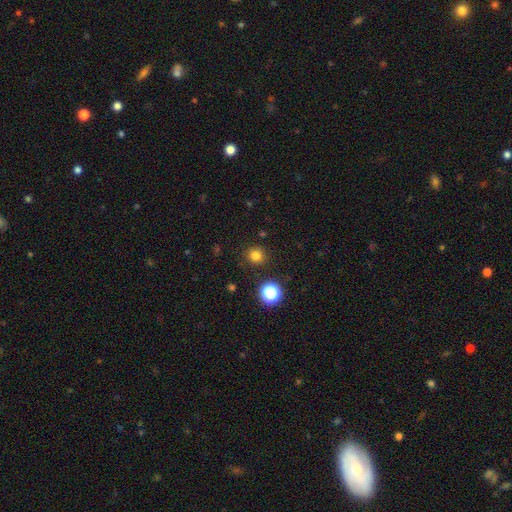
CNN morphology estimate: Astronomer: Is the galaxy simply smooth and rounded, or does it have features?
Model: smooth — 79%.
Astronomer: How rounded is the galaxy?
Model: round — 92%.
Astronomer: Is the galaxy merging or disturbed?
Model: none — 89%.